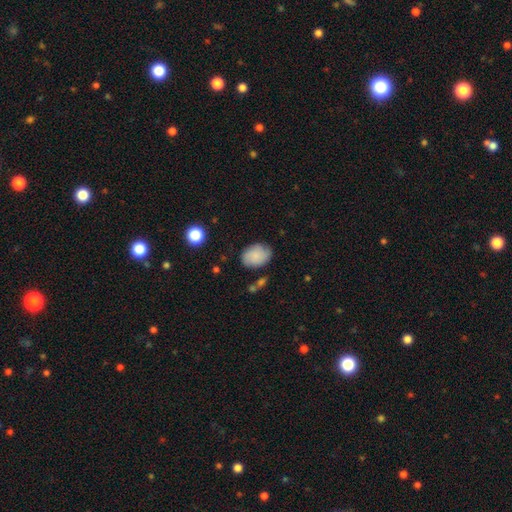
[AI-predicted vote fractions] This appears to be a smooth galaxy with no disk features (78%) that is in between round and cigar-shaped (72%). Merging: none (72%).